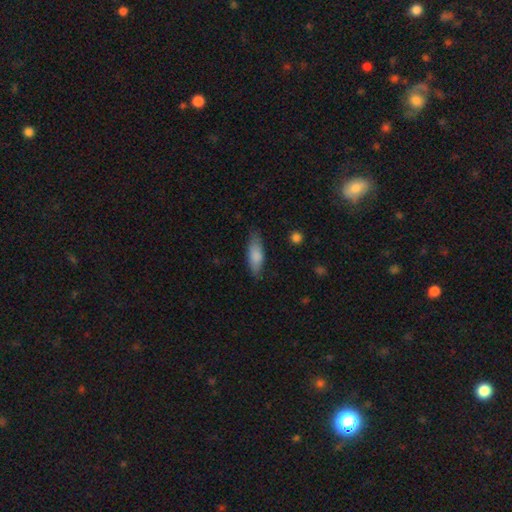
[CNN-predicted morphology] This appears to be a smooth galaxy with no disk features (82%) that is in between round and cigar-shaped (63%). Merging: none (76%).